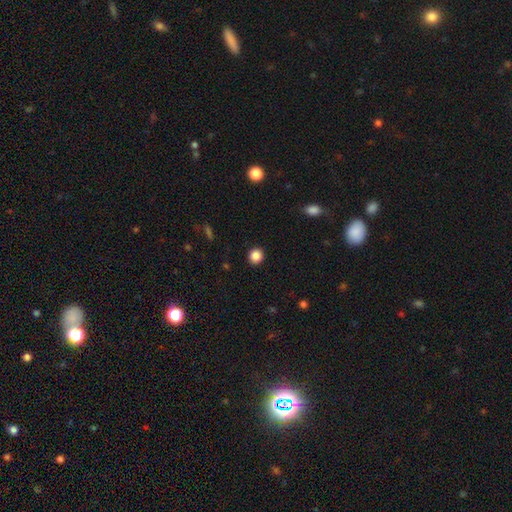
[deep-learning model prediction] Smooth or featured?
  - smooth: 87% *
  - star or artifact: 10%
  - featured or disk: 3%
How rounded?
  - round: 89% *
  - in between: 10%
  - cigar-shaped: 1%
Merging?
  - none: 92% *
  - minor disturbance: 5%
  - major disturbance: 2%
  - merger: 1%